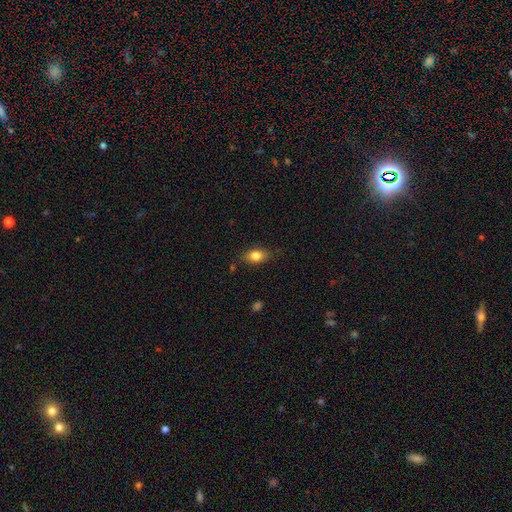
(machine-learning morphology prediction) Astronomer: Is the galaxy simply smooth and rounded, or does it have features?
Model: smooth — 82%.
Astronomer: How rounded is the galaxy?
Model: in between — 78%.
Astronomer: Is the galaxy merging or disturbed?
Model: none — 81%.